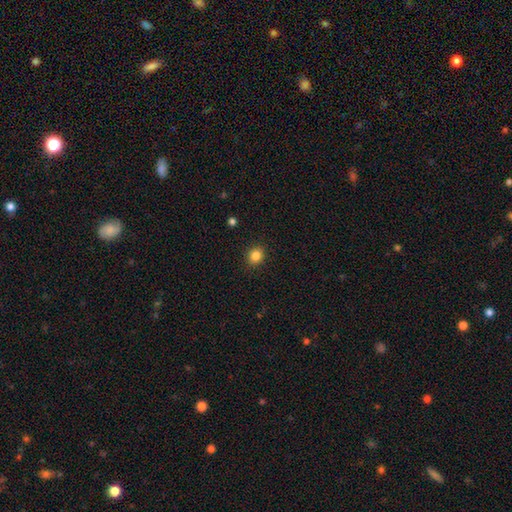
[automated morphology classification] type=smooth (84%); roundness=round (75%); merging=none (91%).